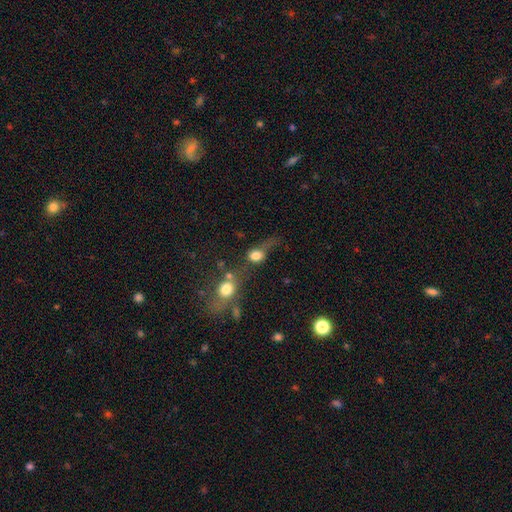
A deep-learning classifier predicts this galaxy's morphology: Smooth or featured? Predicted: smooth (p=0.69). How rounded? Predicted: round (p=0.57). Merging? Predicted: merger (p=0.31).